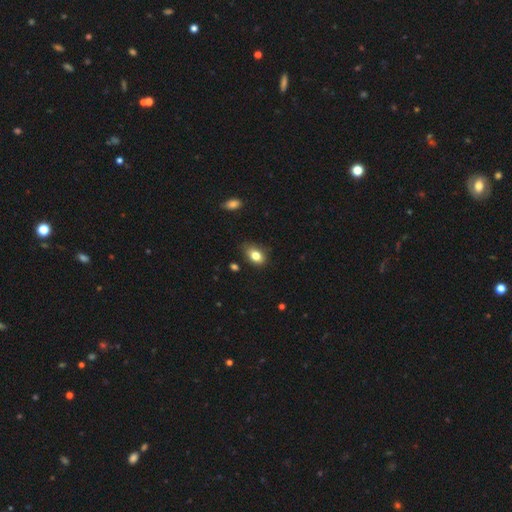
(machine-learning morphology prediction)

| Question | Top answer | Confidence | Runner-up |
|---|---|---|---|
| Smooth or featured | smooth | 79% | featured or disk (12%) |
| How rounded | in between | 80% | round (18%) |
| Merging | none | 64% | minor disturbance (28%) |